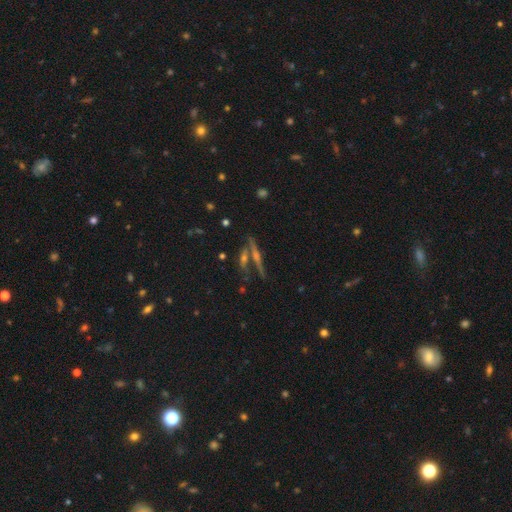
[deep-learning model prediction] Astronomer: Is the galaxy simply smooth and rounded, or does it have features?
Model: featured or disk — 66%.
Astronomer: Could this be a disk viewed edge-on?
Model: yes — 87%.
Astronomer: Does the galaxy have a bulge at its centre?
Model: rounded — 71%.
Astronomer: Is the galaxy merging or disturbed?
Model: none — 59%.